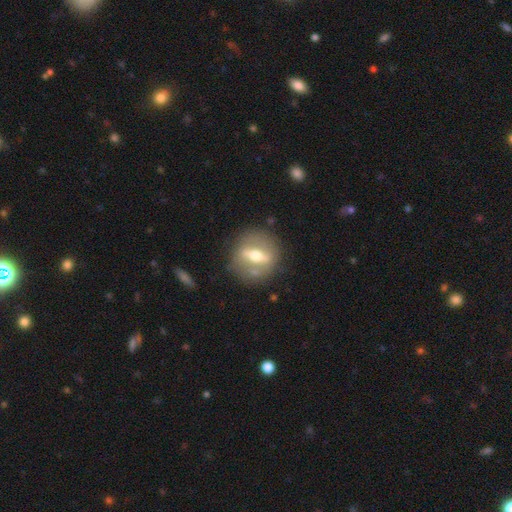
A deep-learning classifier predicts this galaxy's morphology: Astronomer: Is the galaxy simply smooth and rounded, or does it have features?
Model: featured or disk — 69%.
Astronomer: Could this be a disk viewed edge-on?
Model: no — 63%.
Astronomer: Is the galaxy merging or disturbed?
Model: none — 82%.